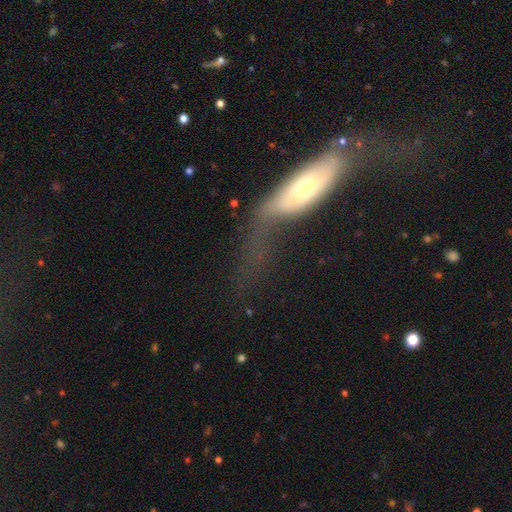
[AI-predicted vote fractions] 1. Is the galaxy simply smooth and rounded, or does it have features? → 47% featured or disk, 42% smooth, 11% star or artifact.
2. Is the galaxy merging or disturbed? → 52% major disturbance, 23% none, 18% minor disturbance, 7% merger.